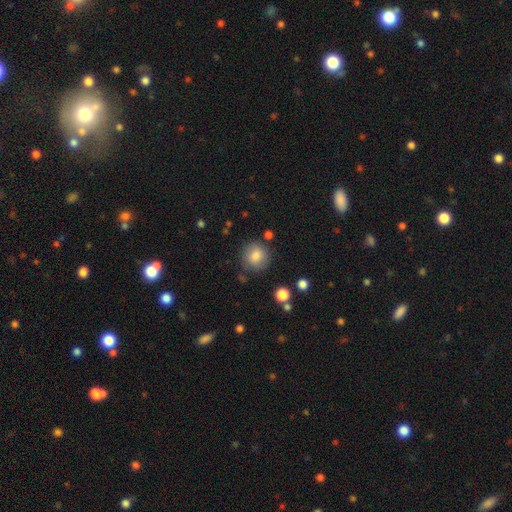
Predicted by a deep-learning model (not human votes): Smooth or featured: smooth — 83% (star or artifact — 9%)
How rounded: round — 89% (in between — 10%)
Merging: none — 81% (minor disturbance — 12%)